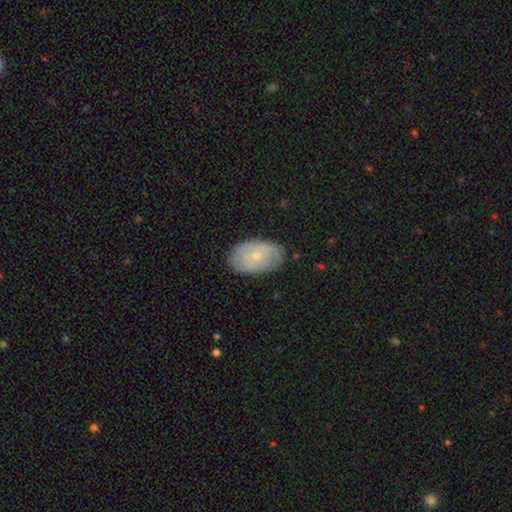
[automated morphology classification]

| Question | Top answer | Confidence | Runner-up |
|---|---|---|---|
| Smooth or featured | featured or disk | 49% | smooth (44%) |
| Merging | none | 76% | minor disturbance (19%) |